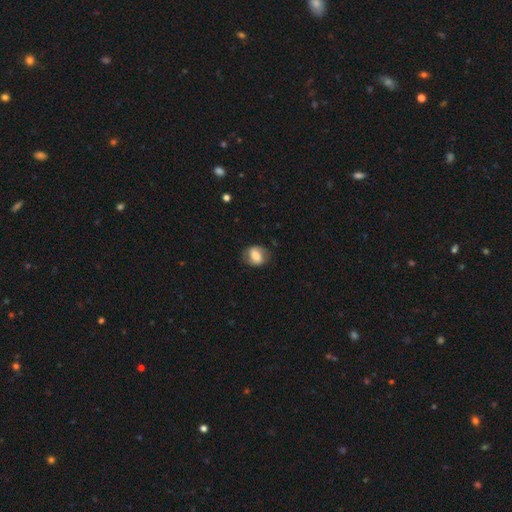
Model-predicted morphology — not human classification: type=smooth (64%); roundness=in between (63%); merging=none (73%).